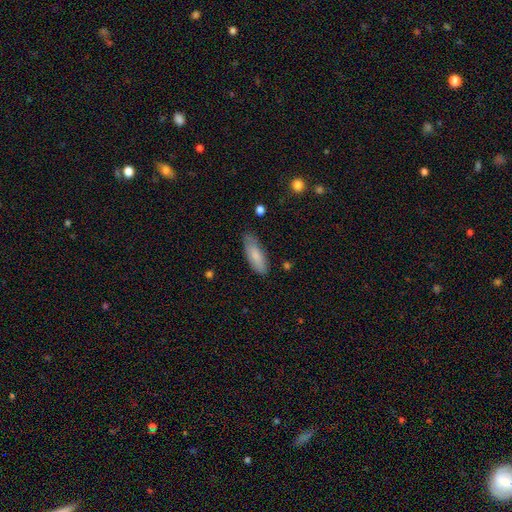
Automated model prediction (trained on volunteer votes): Q: Smooth or featured?
A: smooth (80%); runner-up: featured or disk (14%)
Q: How rounded?
A: in between (62%); runner-up: cigar-shaped (36%)
Q: Merging?
A: none (72%); runner-up: minor disturbance (22%)